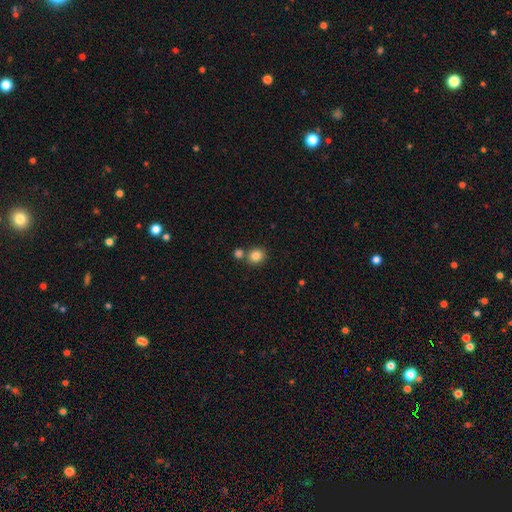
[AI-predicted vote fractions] Smooth or featured? smooth (84%)
How rounded? round (82%)
Merging? none (66%)